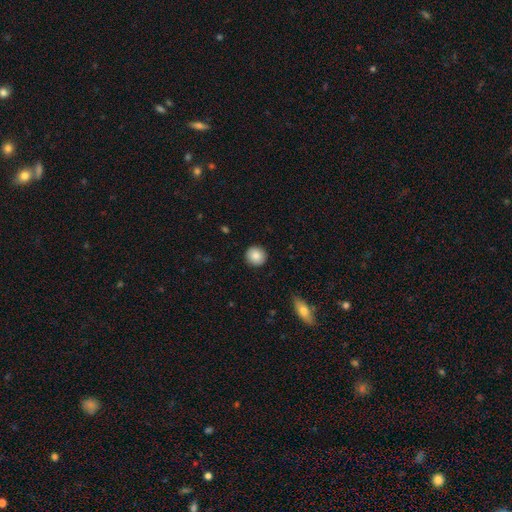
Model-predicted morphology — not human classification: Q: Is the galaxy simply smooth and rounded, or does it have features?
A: smooth — 86%.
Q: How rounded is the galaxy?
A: round — 93%.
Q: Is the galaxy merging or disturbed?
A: none — 91%.